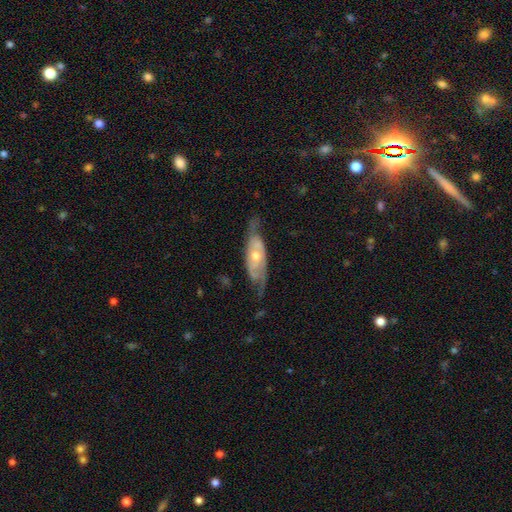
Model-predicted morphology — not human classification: smooth_or_featured: featured or disk (p=0.77) [alt: smooth p=0.17]
disk_edge_on: no (p=0.80) [alt: yes p=0.20]
bar: no (p=0.69) [alt: weak p=0.24]
has_spiral_arms: yes (p=0.84) [alt: no p=0.16]
spiral_winding: medium (p=0.41) [alt: tight p=0.37]
spiral_arm_count: 2 (p=0.69) [alt: can't tell p=0.21]
bulge_size: moderate (p=0.58) [alt: small p=0.36]
merging: none (p=0.63) [alt: minor disturbance p=0.23]